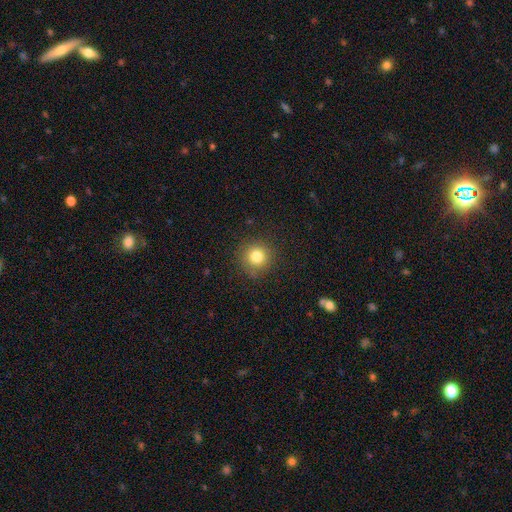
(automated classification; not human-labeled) Smooth or featured?
  - smooth: 81% *
  - star or artifact: 12%
  - featured or disk: 7%
How rounded?
  - round: 94% *
  - in between: 5%
  - cigar-shaped: 1%
Merging?
  - none: 87% *
  - minor disturbance: 9%
  - major disturbance: 3%
  - merger: 1%